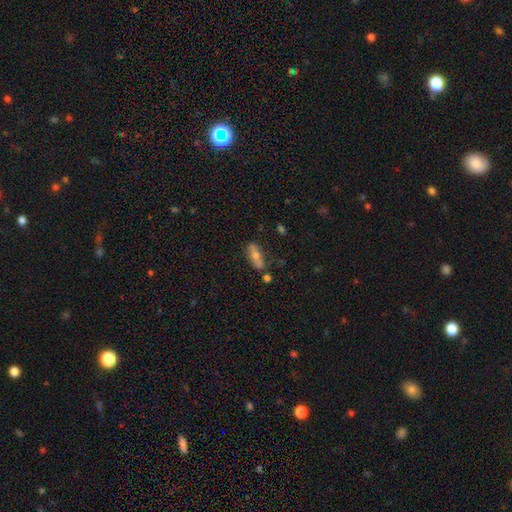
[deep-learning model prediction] smooth_or_featured: smooth (p=0.51) [alt: featured or disk p=0.37]
how_rounded: in between (p=0.69) [alt: cigar-shaped p=0.25]
merging: none (p=0.65) [alt: minor disturbance p=0.18]